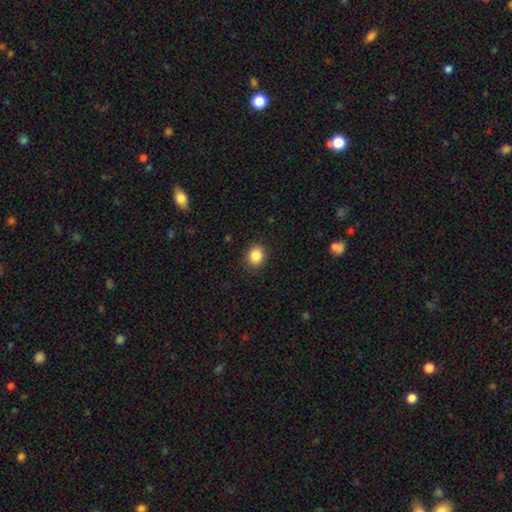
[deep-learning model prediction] Smooth or featured? smooth (86%)
How rounded? round (71%)
Merging? none (89%)